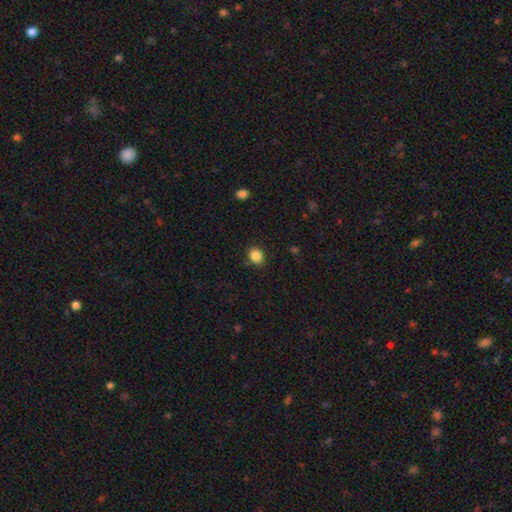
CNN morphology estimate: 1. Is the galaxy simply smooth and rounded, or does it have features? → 86% smooth, 10% star or artifact, 4% featured or disk.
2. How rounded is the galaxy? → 50% round, 49% in between, 1% cigar-shaped.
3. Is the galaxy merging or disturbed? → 84% none, 10% minor disturbance, 3% major disturbance, 2% merger.